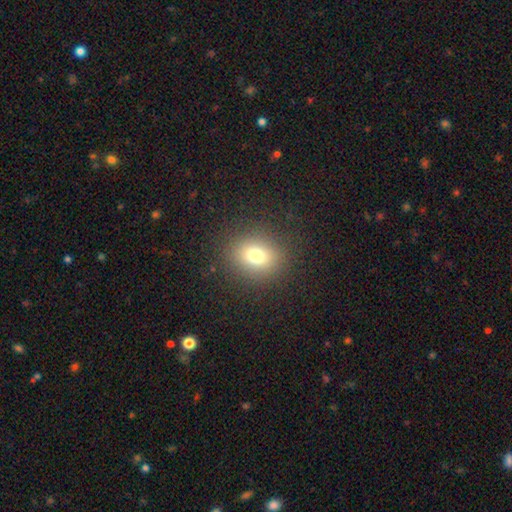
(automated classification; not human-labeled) smooth_or_featured: smooth (p=0.75) [alt: star or artifact p=0.15]
how_rounded: round (p=0.64) [alt: in between p=0.34]
merging: none (p=0.88) [alt: minor disturbance p=0.07]